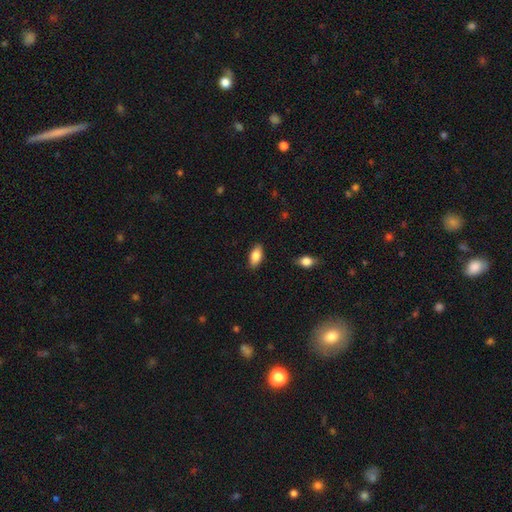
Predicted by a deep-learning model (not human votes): Overall: smooth (84%). How rounded: in between (91%). Merging: none (88%).